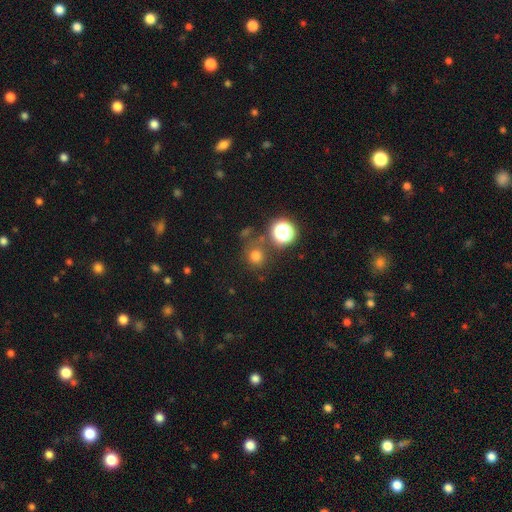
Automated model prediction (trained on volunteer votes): Overall: smooth (71%). How rounded: round (87%). Merging: none (72%).